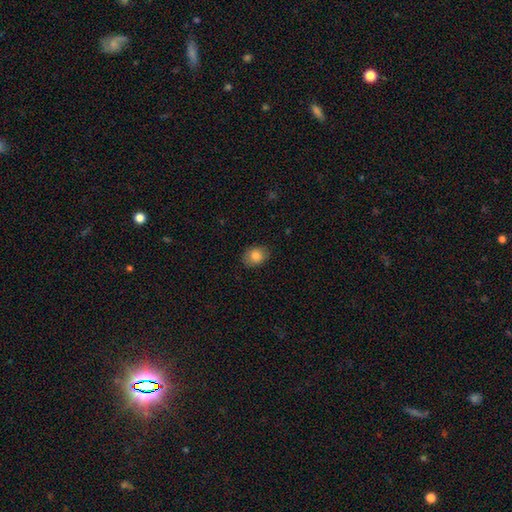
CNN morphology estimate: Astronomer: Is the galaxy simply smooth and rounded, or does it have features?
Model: smooth — 83%.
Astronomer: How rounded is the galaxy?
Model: in between — 59% (runner-up: round, 40%).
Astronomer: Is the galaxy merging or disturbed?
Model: none — 81%.